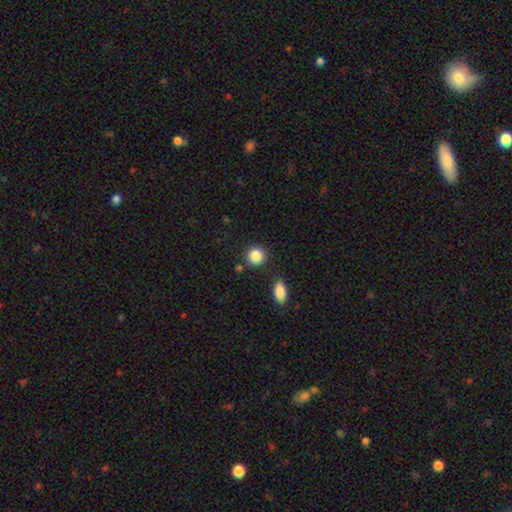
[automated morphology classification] smooth-or-featured: smooth: 87% | star or artifact: 8% | featured or disk: 4%
  how-rounded: round: 87% | in between: 12% | cigar-shaped: 1%
  merging: none: 83% | minor disturbance: 9% | merger: 6% | major disturbance: 3%